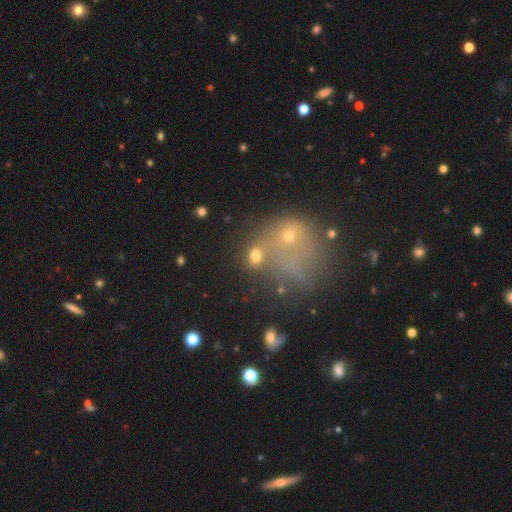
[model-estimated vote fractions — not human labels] A smooth galaxy with no disk features (67%) that is round (56%).

Vote fractions:
- Smooth or featured? smooth: 67% / star or artifact: 18% / featured or disk: 14%
- How rounded? round: 56% / in between: 42% / cigar-shaped: 2%
- Merging? none: 48% / merger: 31% / minor disturbance: 12% / major disturbance: 9%